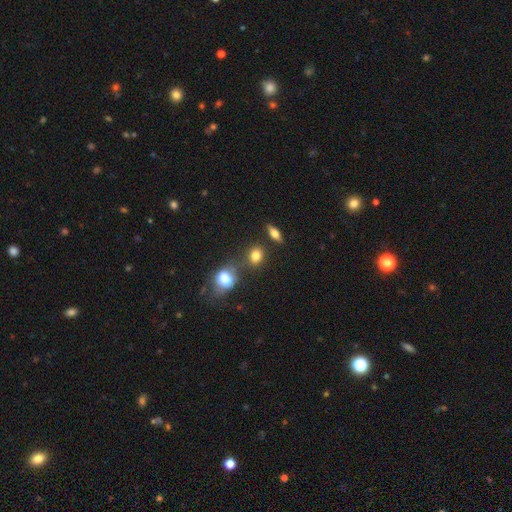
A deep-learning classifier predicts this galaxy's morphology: Q: Smooth or featured?
A: smooth (80%); runner-up: star or artifact (12%)
Q: How rounded?
A: round (57%); runner-up: in between (40%)
Q: Merging?
A: none (69%); runner-up: merger (14%)